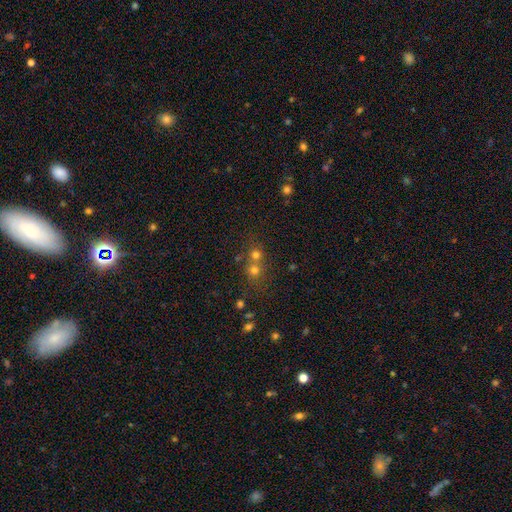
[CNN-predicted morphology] Overall: smooth (55%; star or artifact 32%). How rounded: round (85%). Merging: none (49%; merger 42%).